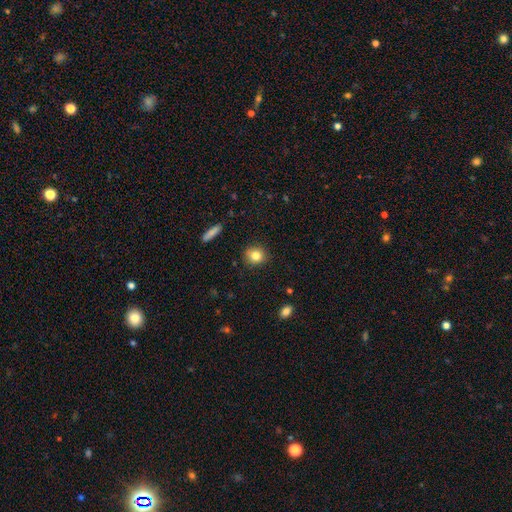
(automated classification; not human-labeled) Smooth or featured? Predicted: smooth (p=0.82). How rounded? Predicted: round (p=0.79). Merging? Predicted: none (p=0.89).